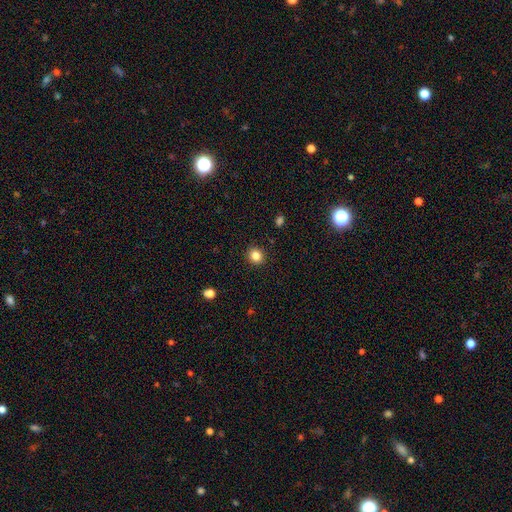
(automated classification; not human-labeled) smooth 84%, star or artifact 11%, featured or disk 5%. Down the decision tree: how rounded — round (84%); merging — none (92%).